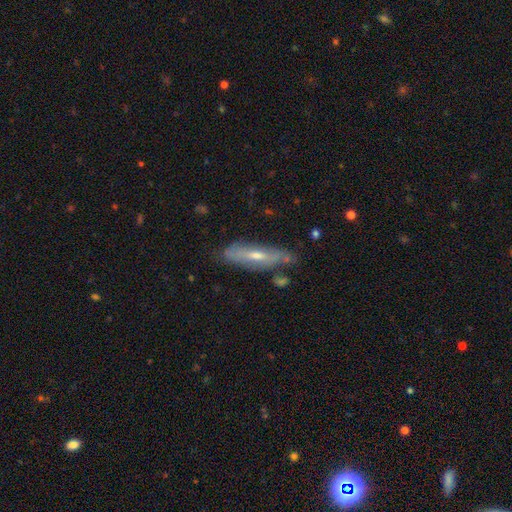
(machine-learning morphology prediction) featured or disk 59%, smooth 33%, star or artifact 8%. Down the decision tree: edge-on disk — yes (59%); merging — none (69%).